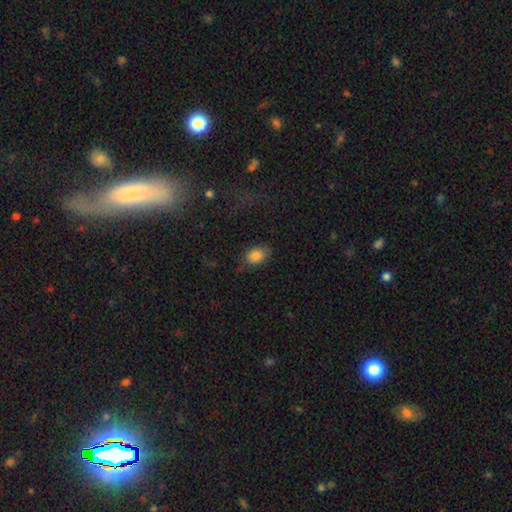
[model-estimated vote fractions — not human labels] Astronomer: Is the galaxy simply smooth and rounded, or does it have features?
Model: smooth — 85%.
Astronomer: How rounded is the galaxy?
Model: in between — 78%.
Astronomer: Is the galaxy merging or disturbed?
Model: none — 70%.